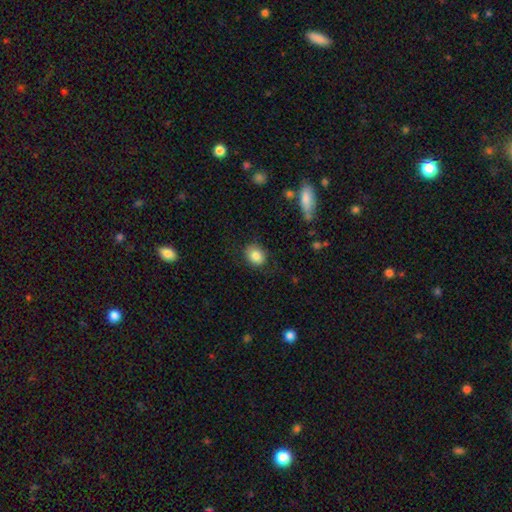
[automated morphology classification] The model was most divided on "how rounded": round: 57%, in between: 42%, cigar-shaped: 1%. More confident: smooth or featured — smooth (85%); merging — none (82%).